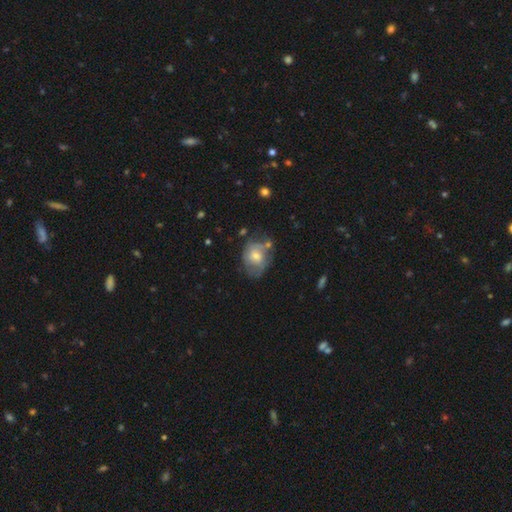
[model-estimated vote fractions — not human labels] The model was most divided on "merging": none: 42%, minor disturbance: 31%, major disturbance: 17%, merger: 10%. More confident: how rounded — in between (56%); smooth or featured — smooth (56%).